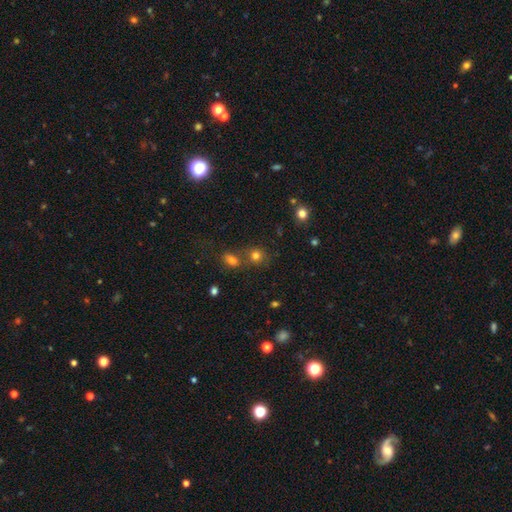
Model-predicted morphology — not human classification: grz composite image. It shows a smooth galaxy with no disk features (76%) that is round (80%). Merging: none (57%).